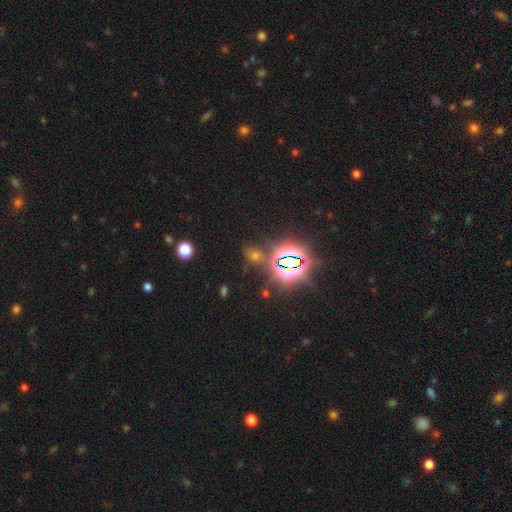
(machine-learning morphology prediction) Overall: star or artifact (61%; smooth 30%).